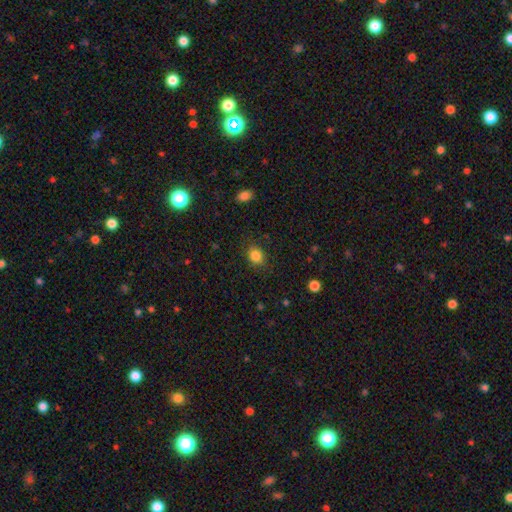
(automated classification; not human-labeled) Overall: smooth (84%). How rounded: round (55%; in between 44%). Merging: none (83%).